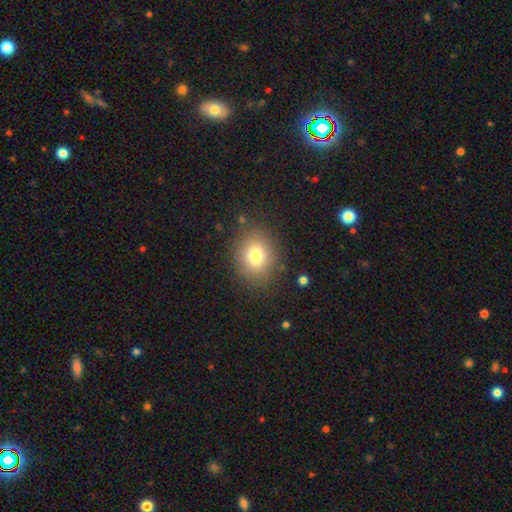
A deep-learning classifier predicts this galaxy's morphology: The model was most divided on "how rounded": round: 64%, in between: 35%, cigar-shaped: 1%. More confident: merging — none (85%); smooth or featured — smooth (76%).